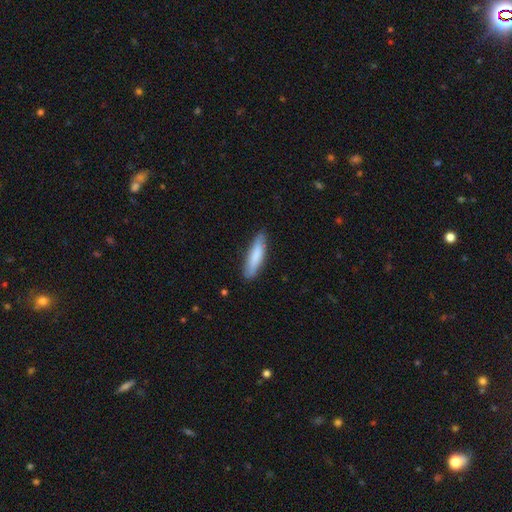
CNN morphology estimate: Smooth or featured? smooth (78%)
How rounded? cigar-shaped (77%)
Merging? none (84%)